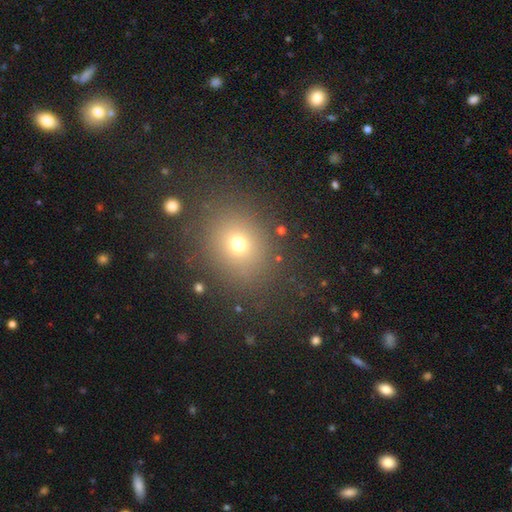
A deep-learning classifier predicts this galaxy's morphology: This is likely a smooth galaxy (62%). How rounded: likely round (63%). Merging: clearly none (88%).